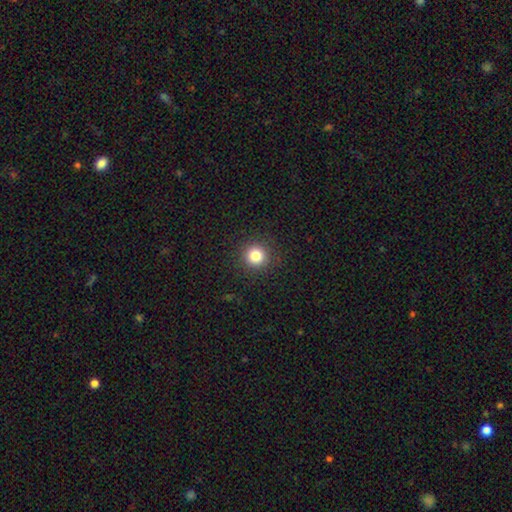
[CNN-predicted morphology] type=smooth (82%); roundness=round (95%); merging=none (92%).